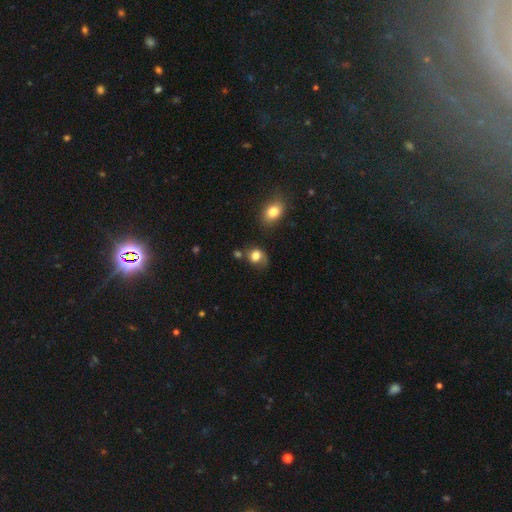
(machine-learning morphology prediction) A smooth galaxy with no disk features (76%) that is round (61%).

Vote fractions:
- Smooth or featured? smooth: 76% / featured or disk: 14% / star or artifact: 10%
- How rounded? round: 61% / in between: 38% / cigar-shaped: 1%
- Merging? none: 48% / minor disturbance: 28% / major disturbance: 16% / merger: 8%